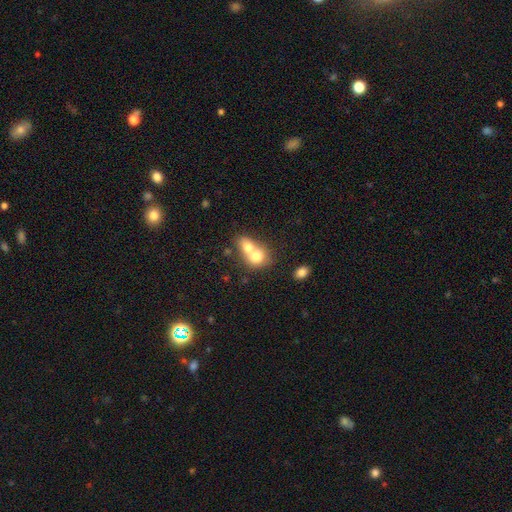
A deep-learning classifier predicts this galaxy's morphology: smooth-or-featured: smooth: 71% | featured or disk: 21% | star or artifact: 9%
  how-rounded: round: 56% | in between: 43% | cigar-shaped: 1%
  merging: merger: 74% | none: 18% | minor disturbance: 5% | major disturbance: 3%